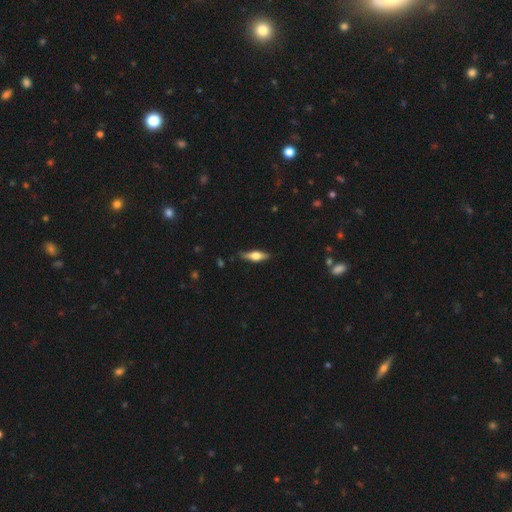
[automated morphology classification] smooth-or-featured: featured or disk: 50% | smooth: 44% | star or artifact: 6%
  disk-edge-on: yes: 93% | no: 7%
  merging: none: 84% | minor disturbance: 12% | major disturbance: 2% | merger: 1%